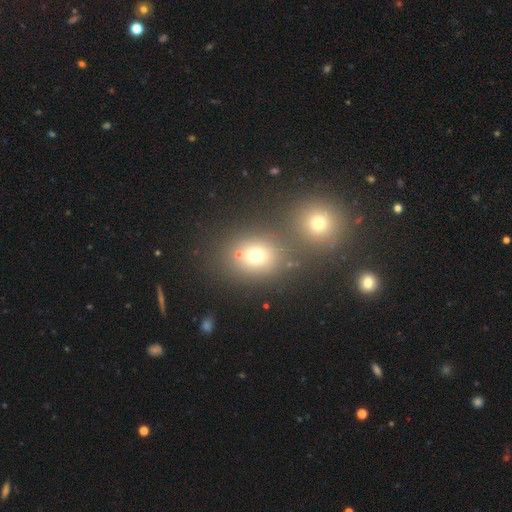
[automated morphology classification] type=smooth (68%); roundness=round (66%); merging=none (59%).